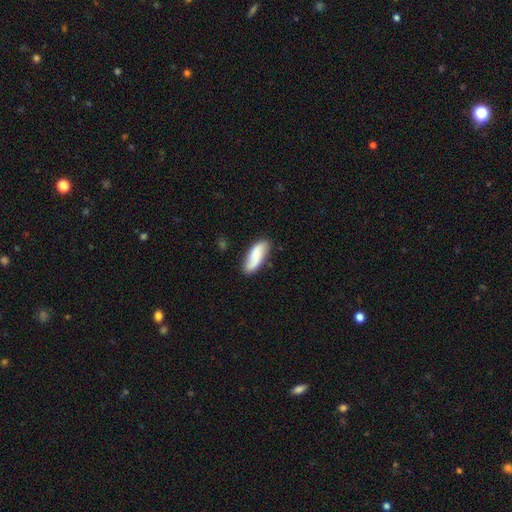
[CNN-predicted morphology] smooth 64%, featured or disk 29%, star or artifact 6%. Down the decision tree: how rounded — in between (70%); merging — none (79%).